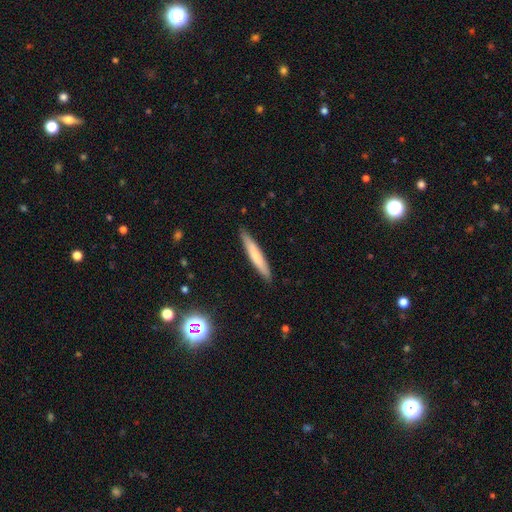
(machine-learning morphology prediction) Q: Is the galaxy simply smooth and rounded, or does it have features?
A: smooth — 69%.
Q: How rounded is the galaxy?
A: cigar-shaped — 94%.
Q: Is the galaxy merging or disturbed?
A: none — 90%.